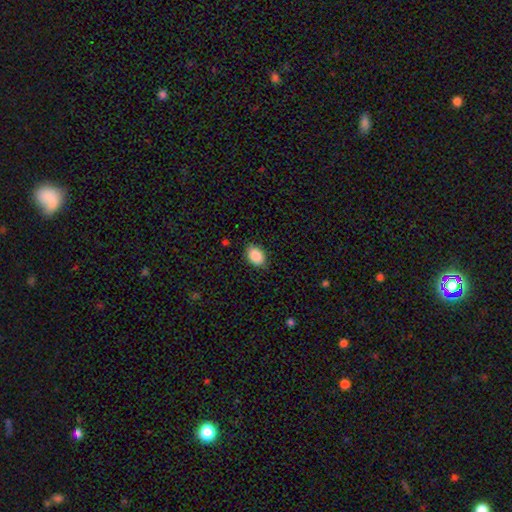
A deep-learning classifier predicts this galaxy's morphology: A smooth galaxy with no disk features (89%) that is in between round and cigar-shaped (85%). Merging: none (86%).